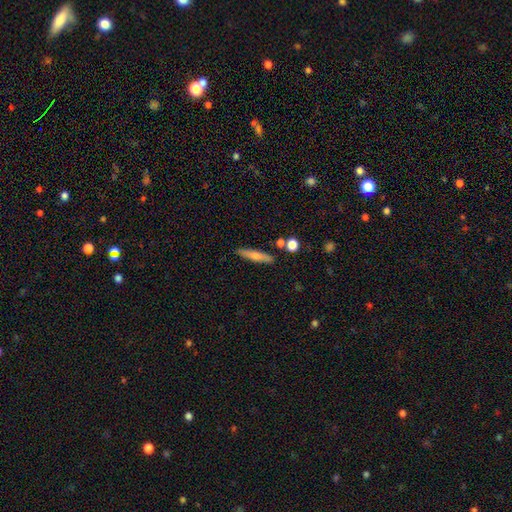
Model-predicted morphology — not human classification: This appears to be a smooth galaxy with no disk features (63%) that is cigar-shaped (84%). Merging: none (83%).